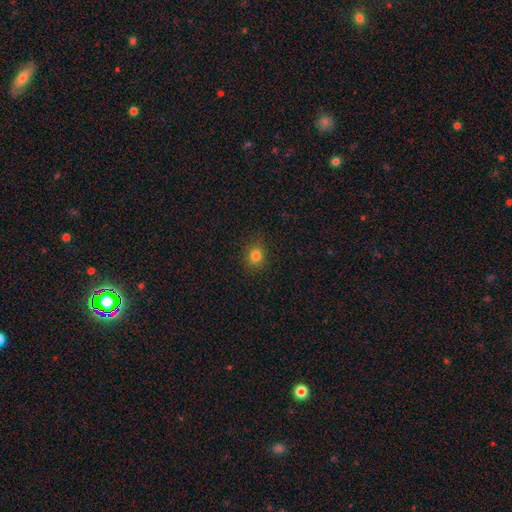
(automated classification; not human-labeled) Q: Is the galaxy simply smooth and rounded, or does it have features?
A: smooth — 82%.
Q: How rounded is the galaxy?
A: round — 76%.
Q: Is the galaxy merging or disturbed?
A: none — 88%.